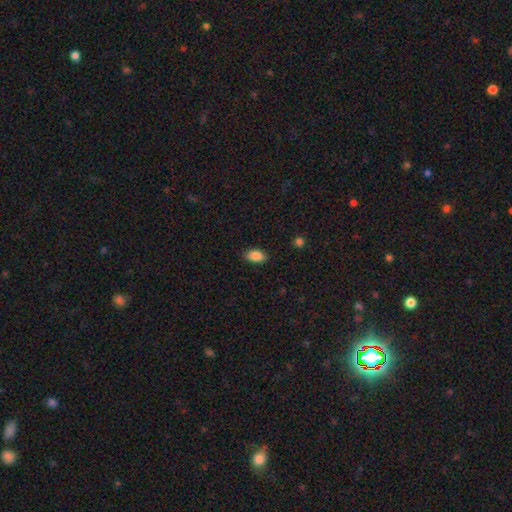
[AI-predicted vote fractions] Morphology: type=smooth (88%); roundness=in between (91%); merging=none (86%).